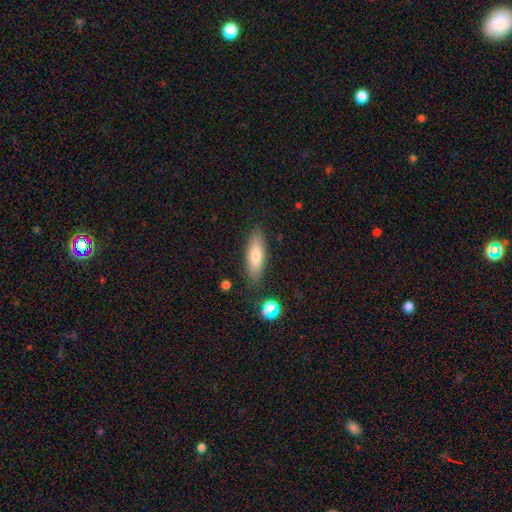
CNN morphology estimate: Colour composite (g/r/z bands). It shows a smooth galaxy with no disk features (73%) that is in between round and cigar-shaped (51%). Merging: none (85%).